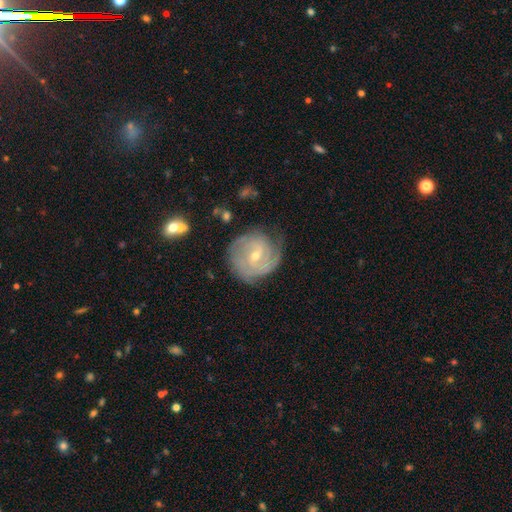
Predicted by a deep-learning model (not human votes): Q: Smooth or featured?
A: featured or disk (80%); runner-up: smooth (13%)
Q: Edge-on disk?
A: no (97%); runner-up: yes (3%)
Q: Bar?
A: weak (49%); runner-up: no (38%)
Q: Spiral arms?
A: yes (93%); runner-up: no (7%)
Q: Spiral winding?
A: tight (64%); runner-up: medium (28%)
Q: Spiral arm count?
A: can't tell (35%); runner-up: 2 (31%)
Q: Bulge size?
A: small (61%); runner-up: moderate (36%)
Q: Merging?
A: none (69%); runner-up: minor disturbance (21%)